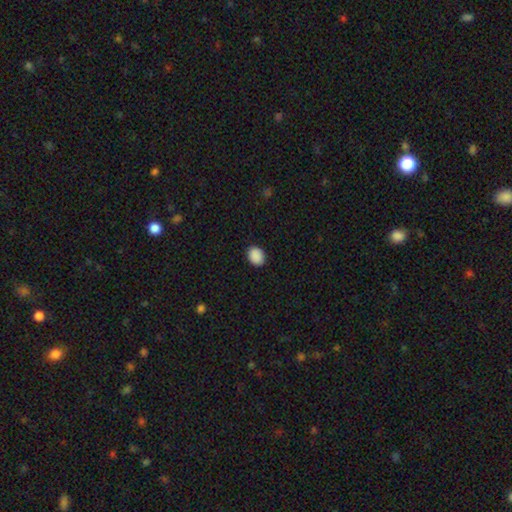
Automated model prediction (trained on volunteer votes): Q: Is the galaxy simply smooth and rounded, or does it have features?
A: smooth — 90%.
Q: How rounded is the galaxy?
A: in between — 56%.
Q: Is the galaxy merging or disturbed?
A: none — 90%.